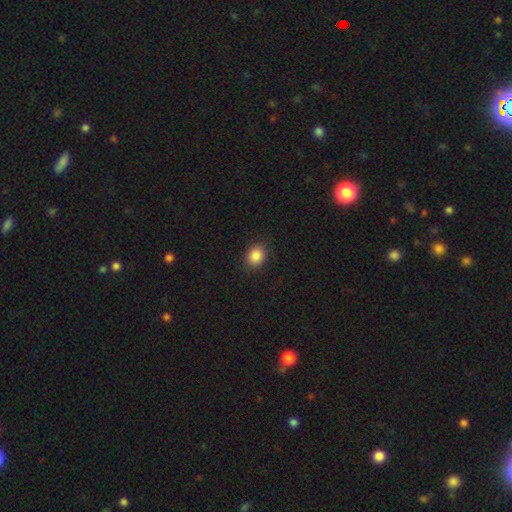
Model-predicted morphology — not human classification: Q: Smooth or featured?
A: smooth (87%); runner-up: star or artifact (9%)
Q: How rounded?
A: round (51%); runner-up: in between (48%)
Q: Merging?
A: none (88%); runner-up: minor disturbance (8%)